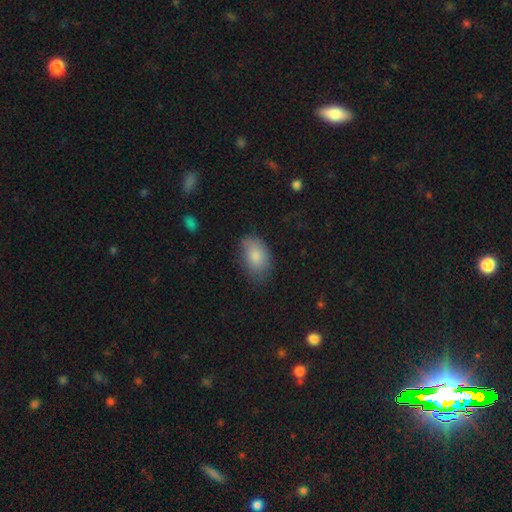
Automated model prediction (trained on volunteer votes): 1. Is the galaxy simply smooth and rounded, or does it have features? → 82% smooth, 10% featured or disk, 8% star or artifact.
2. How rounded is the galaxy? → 89% in between, 9% round, 1% cigar-shaped.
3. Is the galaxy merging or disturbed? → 63% none, 28% minor disturbance, 7% major disturbance, 2% merger.